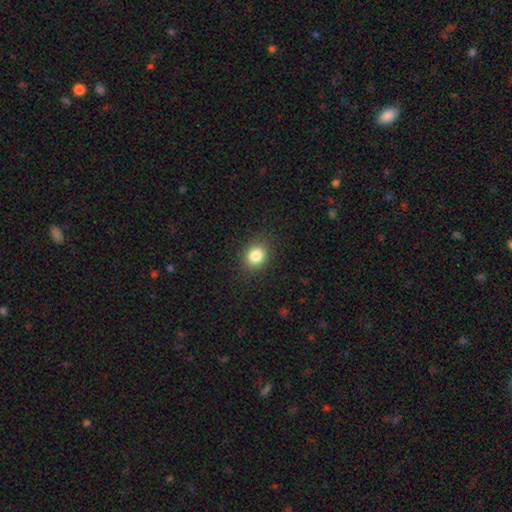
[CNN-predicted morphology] This appears to be a smooth galaxy with no disk features (84%) that is round (62%). Merging: none (88%).